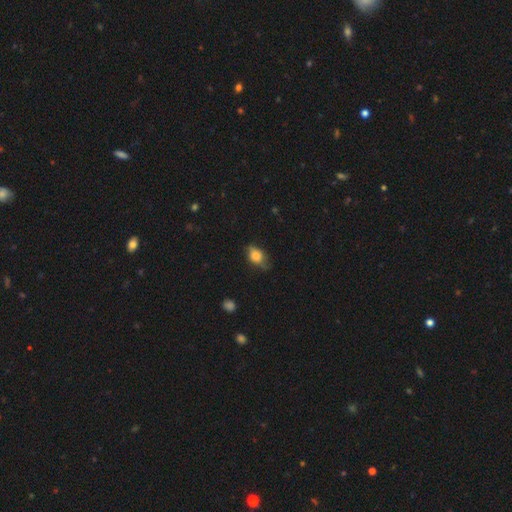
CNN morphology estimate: smooth-or-featured: smooth: 73% | featured or disk: 18% | star or artifact: 9%
  how-rounded: in between: 76% | round: 20% | cigar-shaped: 4%
  merging: none: 61% | minor disturbance: 30% | major disturbance: 7% | merger: 2%